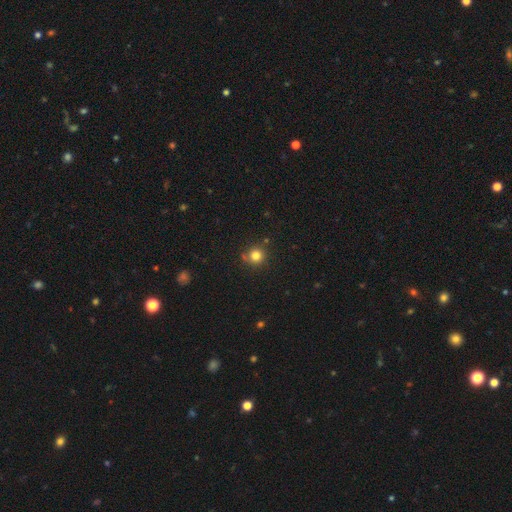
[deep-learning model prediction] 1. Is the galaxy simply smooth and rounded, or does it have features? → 81% smooth, 13% star or artifact, 6% featured or disk.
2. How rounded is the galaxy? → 92% round, 7% in between, 1% cigar-shaped.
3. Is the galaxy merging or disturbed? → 79% none, 13% minor disturbance, 5% merger, 3% major disturbance.